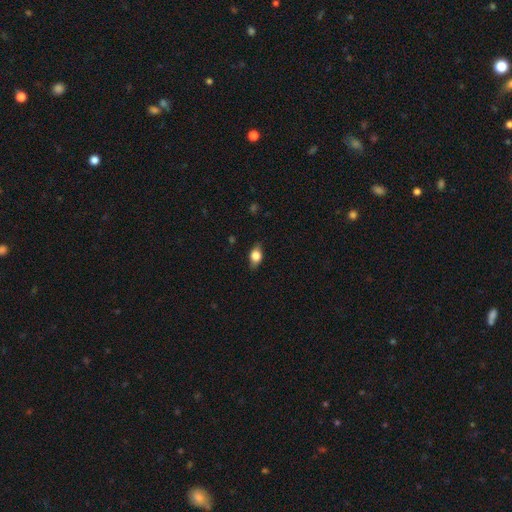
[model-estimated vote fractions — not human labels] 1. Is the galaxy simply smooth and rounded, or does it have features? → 74% smooth, 18% featured or disk, 8% star or artifact.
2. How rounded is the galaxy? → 78% in between, 18% round, 4% cigar-shaped.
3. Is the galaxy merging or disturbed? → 80% none, 16% minor disturbance, 3% major disturbance, 1% merger.